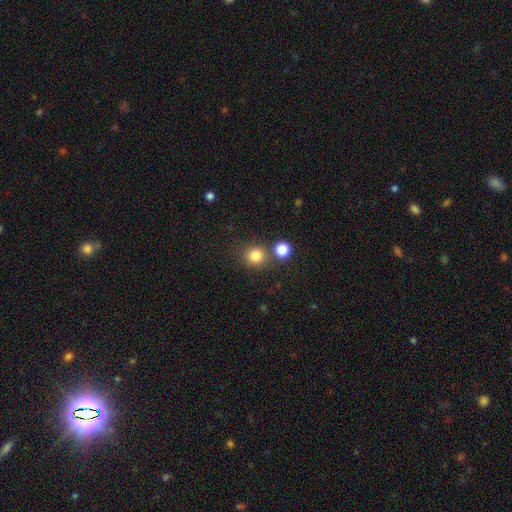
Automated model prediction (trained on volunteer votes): Smooth or featured? Predicted: smooth (p=0.82). How rounded? Predicted: round (p=0.88). Merging? Predicted: none (p=0.70).